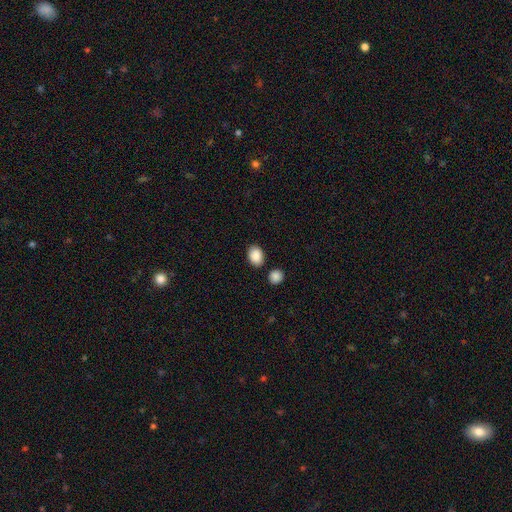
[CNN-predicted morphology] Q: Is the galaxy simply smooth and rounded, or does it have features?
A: smooth — 89%.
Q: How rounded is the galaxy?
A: in between — 75%.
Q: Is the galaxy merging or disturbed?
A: none — 80%.